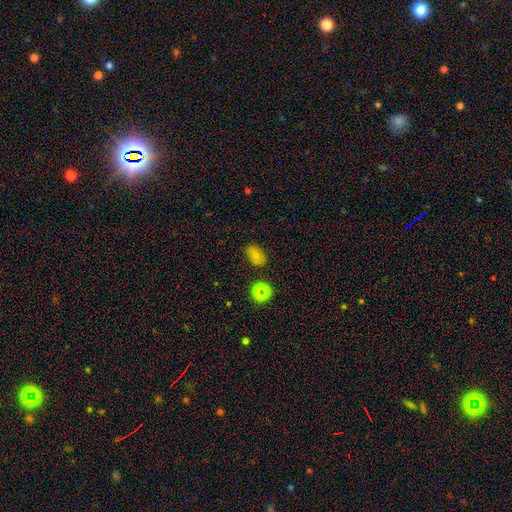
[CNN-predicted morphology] smooth_or_featured: smooth (p=0.69) [alt: star or artifact p=0.18]
how_rounded: in between (p=0.83) [alt: round p=0.15]
merging: none (p=0.79) [alt: minor disturbance p=0.14]